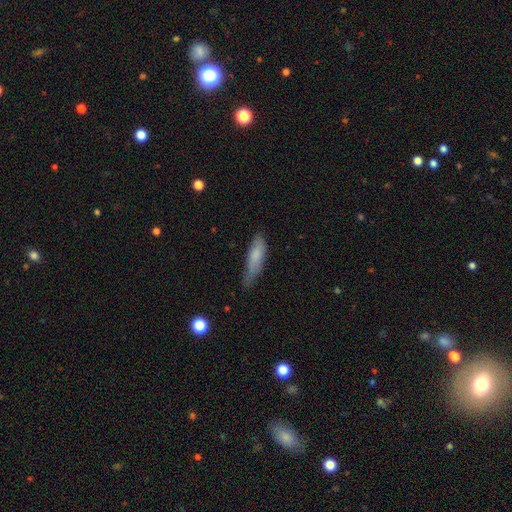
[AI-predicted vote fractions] This appears to be a smooth galaxy with no disk features (76%) that is cigar-shaped (60%). Merging: none (52%).